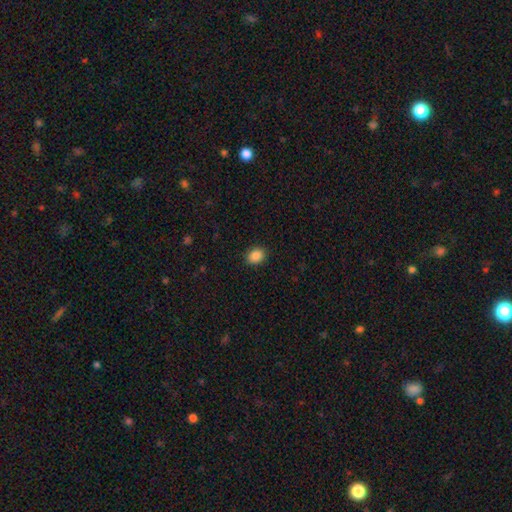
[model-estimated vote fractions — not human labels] Morphology: type=smooth (87%); roundness=in between (53%); merging=none (90%).